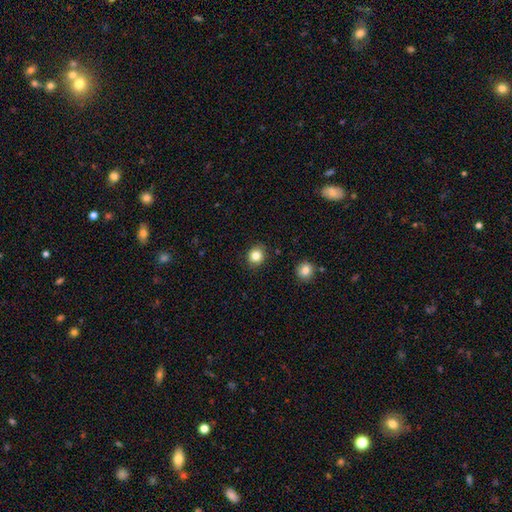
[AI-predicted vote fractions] This appears to be a smooth galaxy with no disk features (83%) that is round (79%). Merging: none (89%).